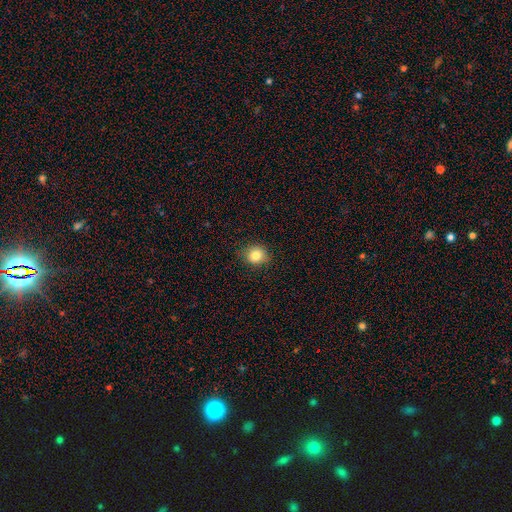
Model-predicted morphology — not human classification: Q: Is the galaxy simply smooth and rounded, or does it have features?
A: smooth — 83%.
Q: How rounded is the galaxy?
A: round — 72%.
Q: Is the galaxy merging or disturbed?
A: none — 86%.